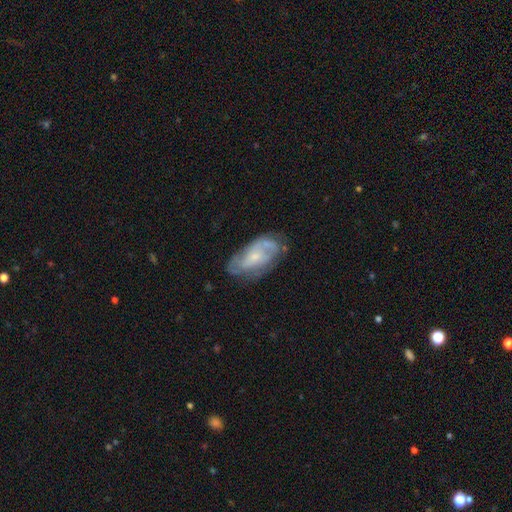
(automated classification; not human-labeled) Q: Smooth or featured?
A: featured or disk (65%); runner-up: smooth (28%)
Q: Edge-on disk?
A: no (94%); runner-up: yes (6%)
Q: Bar?
A: no (71%); runner-up: weak (24%)
Q: Spiral arms?
A: yes (73%); runner-up: no (27%)
Q: Bulge size?
A: small (63%); runner-up: moderate (29%)
Q: Merging?
A: none (60%); runner-up: minor disturbance (26%)